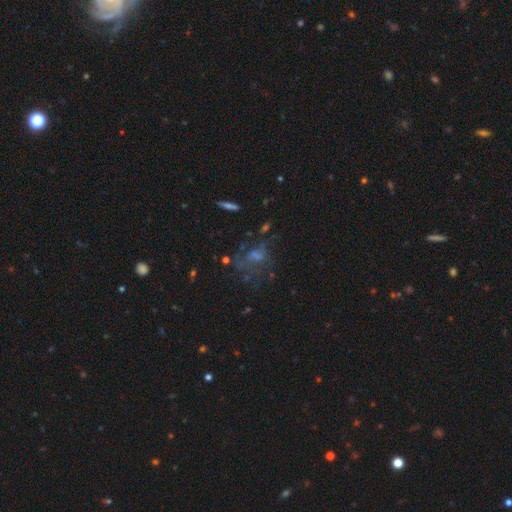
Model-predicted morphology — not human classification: Smooth or featured: featured or disk — 40% (smooth — 31%)
Merging: none — 49% (major disturbance — 27%)